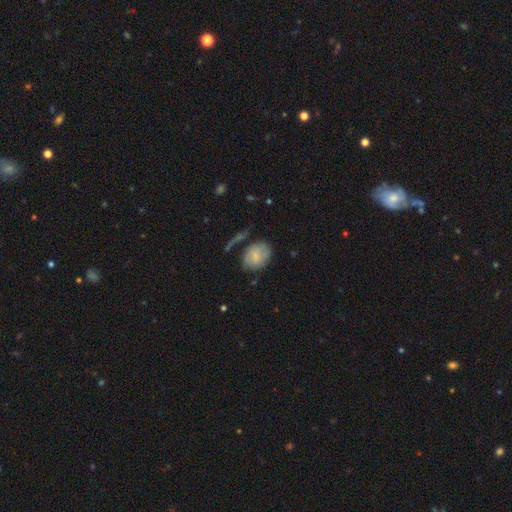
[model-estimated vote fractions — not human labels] This is likely a smooth galaxy (71%). How rounded: possibly in between (59%). Merging: possibly none (60%).